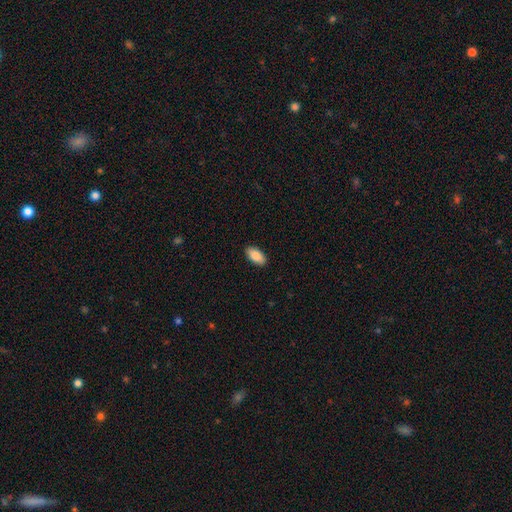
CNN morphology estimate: The model was most divided on "smooth or featured": smooth: 85%, featured or disk: 8%, star or artifact: 6%. More confident: how rounded — in between (94%); merging — none (90%).